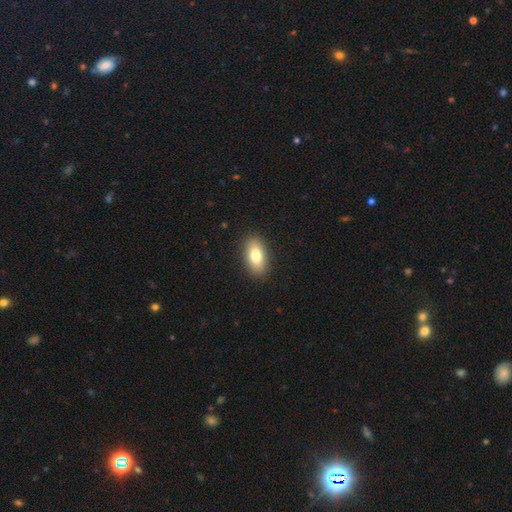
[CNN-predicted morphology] smooth-or-featured: smooth: 80% | featured or disk: 13% | star or artifact: 7%
  how-rounded: in between: 90% | cigar-shaped: 5% | round: 5%
  merging: none: 90% | minor disturbance: 7% | major disturbance: 2% | merger: 1%